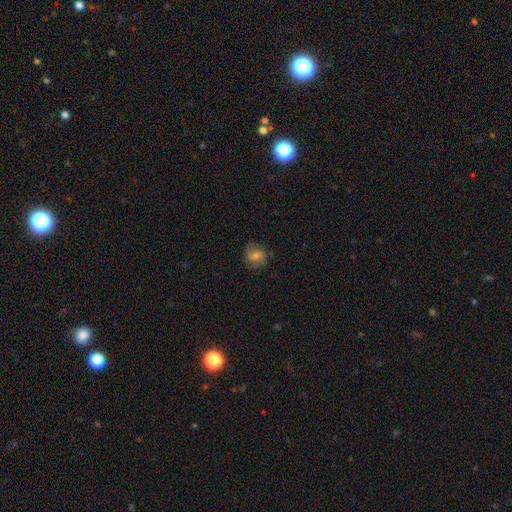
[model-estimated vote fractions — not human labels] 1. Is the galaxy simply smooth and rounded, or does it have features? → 43% smooth (tied), 43% featured or disk (tied), 14% star or artifact.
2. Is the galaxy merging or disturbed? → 74% none, 17% minor disturbance, 8% major disturbance, 1% merger.